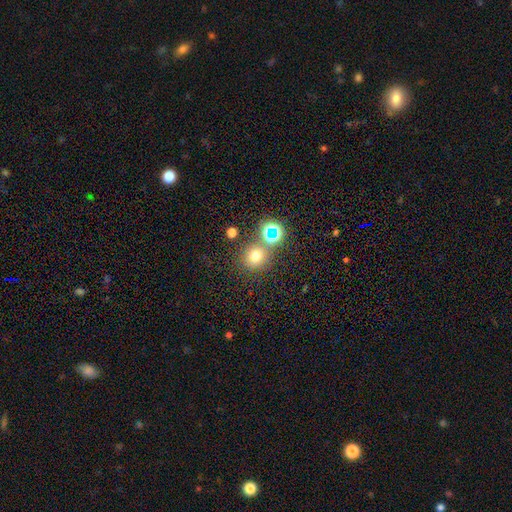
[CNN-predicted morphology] Smooth or featured? Predicted: smooth (p=0.68). How rounded? Predicted: round (p=0.88). Merging? Predicted: none (p=0.74).